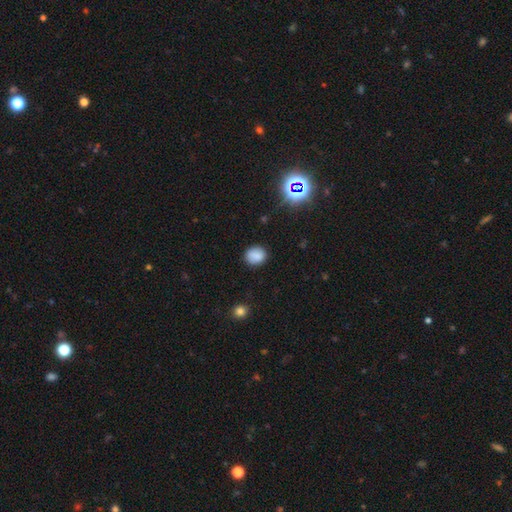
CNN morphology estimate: Smooth or featured: smooth — 82% (star or artifact — 12%)
How rounded: round — 72% (in between — 27%)
Merging: none — 84% (minor disturbance — 11%)